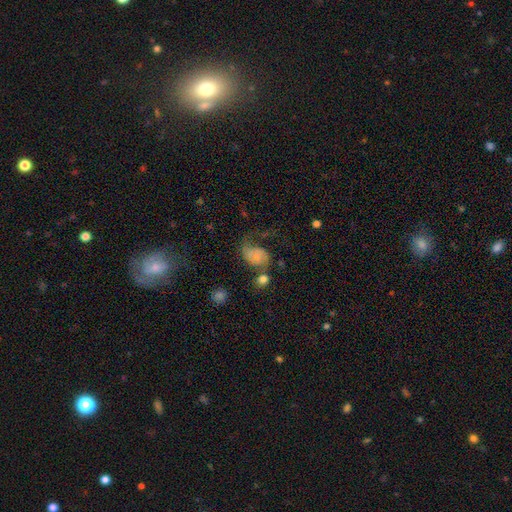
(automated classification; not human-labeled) Q: Smooth or featured?
A: smooth (54%); runner-up: featured or disk (35%)
Q: How rounded?
A: in between (68%); runner-up: round (31%)
Q: Merging?
A: none (31%); runner-up: major disturbance (29%)